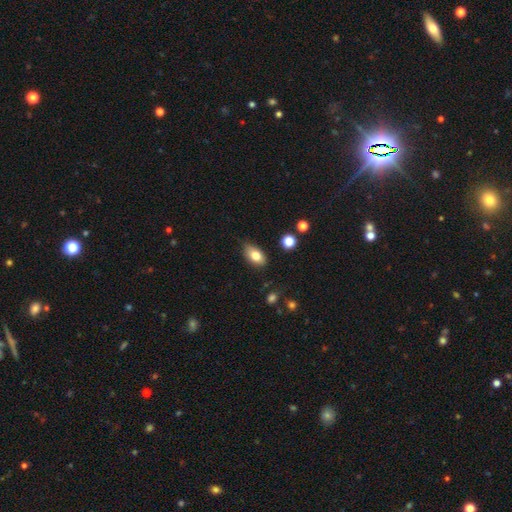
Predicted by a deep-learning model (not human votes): Smooth or featured? smooth (80%)
How rounded? in between (90%)
Merging? none (79%)